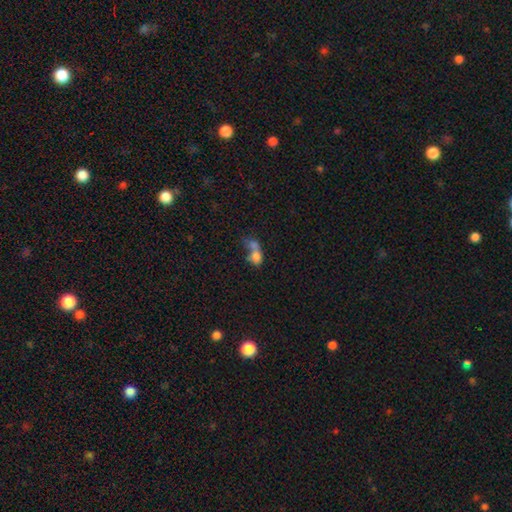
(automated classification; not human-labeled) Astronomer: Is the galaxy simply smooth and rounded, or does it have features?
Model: smooth — 69%.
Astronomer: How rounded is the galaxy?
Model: in between — 67%.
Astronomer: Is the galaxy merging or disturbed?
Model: merger — 63%.